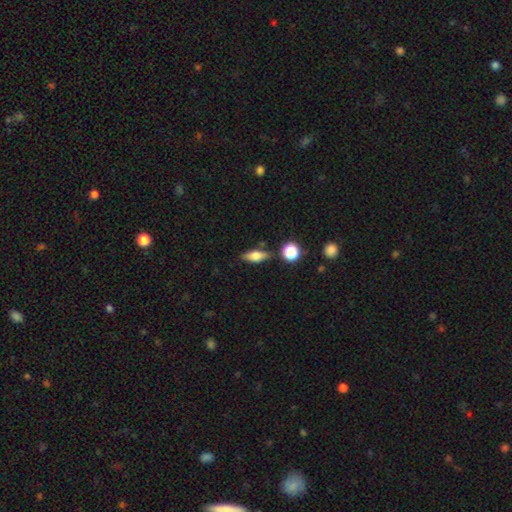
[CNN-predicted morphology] Smooth or featured: smooth — 71% (featured or disk — 20%)
How rounded: in between — 72% (cigar-shaped — 20%)
Merging: none — 78% (minor disturbance — 13%)